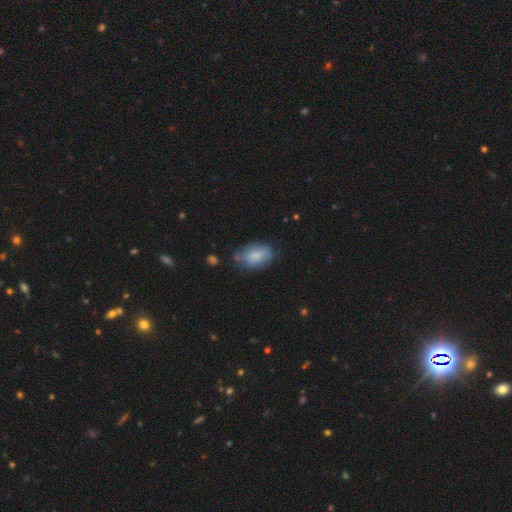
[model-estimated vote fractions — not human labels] Smooth or featured? smooth (79%)
How rounded? in between (89%)
Merging? none (61%)